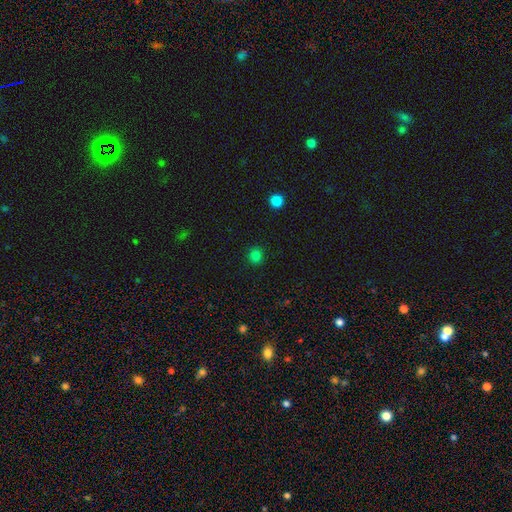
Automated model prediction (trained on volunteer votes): A smooth galaxy with no disk features (80%) that is round (91%).

Vote fractions:
- Smooth or featured? smooth: 80% / star or artifact: 16% / featured or disk: 4%
- How rounded? round: 91% / in between: 8% / cigar-shaped: 1%
- Merging? none: 90% / minor disturbance: 6% / major disturbance: 2% / merger: 1%